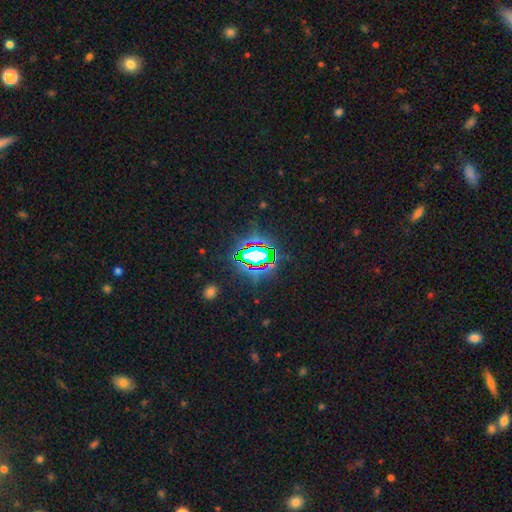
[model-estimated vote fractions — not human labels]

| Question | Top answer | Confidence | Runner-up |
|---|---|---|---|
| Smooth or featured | star or artifact | 74% | smooth (14%) |